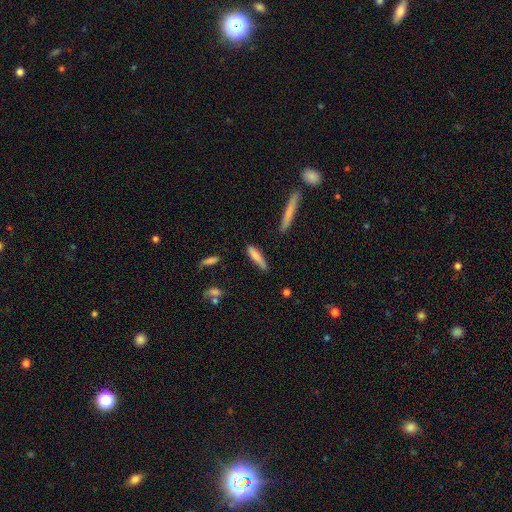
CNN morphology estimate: Smooth or featured? Predicted: smooth (p=0.76). How rounded? Predicted: cigar-shaped (p=0.78). Merging? Predicted: none (p=0.73).